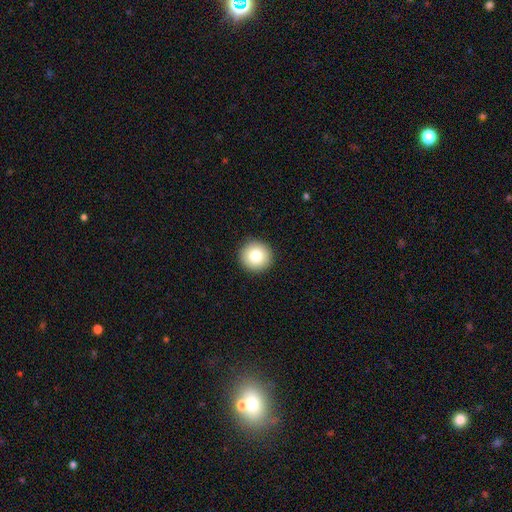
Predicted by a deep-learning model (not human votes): smooth-or-featured: smooth: 81% | featured or disk: 10% | star or artifact: 10%
  how-rounded: round: 95% | in between: 4% | cigar-shaped: 1%
  merging: none: 92% | minor disturbance: 5% | major disturbance: 2% | merger: 1%